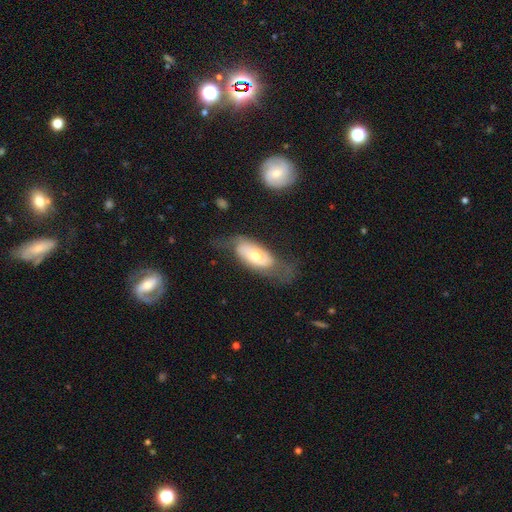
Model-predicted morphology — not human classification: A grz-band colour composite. It shows a featured or disk galaxy (50%). Merging: none (49%).